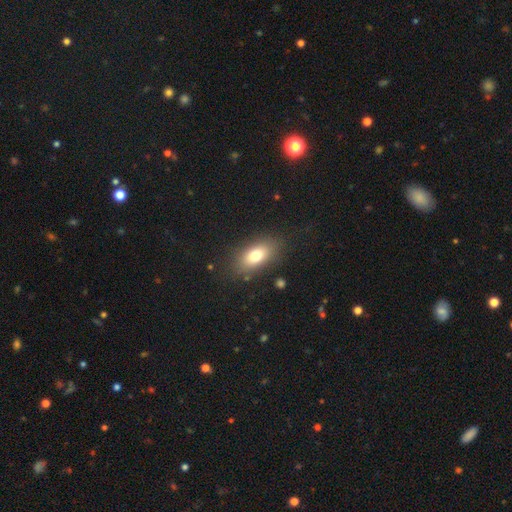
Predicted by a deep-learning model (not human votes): This is likely a smooth galaxy (76%). How rounded: clearly in between (86%). Merging: clearly none (82%).